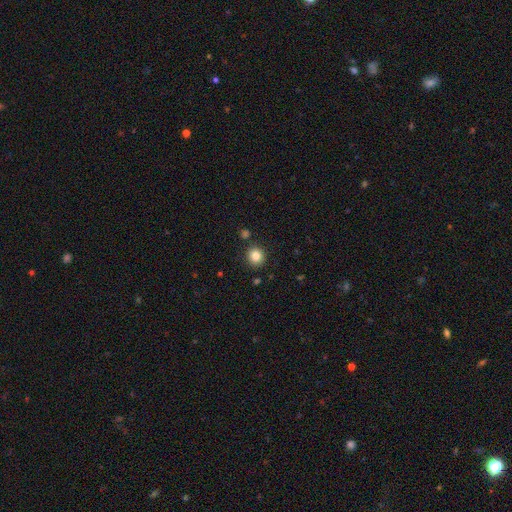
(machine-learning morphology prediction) Smooth or featured? Predicted: smooth (p=0.83). How rounded? Predicted: round (p=0.83). Merging? Predicted: none (p=0.88).